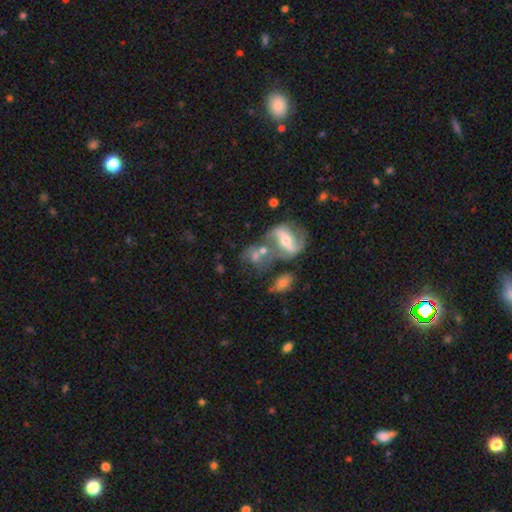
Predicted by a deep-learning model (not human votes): Smooth or featured: featured or disk — 62% (smooth — 26%)
Edge-on disk: no — 93% (yes — 7%)
Bar: weak — 34% (tied with strong — 34%)
Spiral arms: yes — 73% (no — 27%)
Bulge size: moderate — 56% (small — 34%)
Merging: none — 39% (merger — 34%)